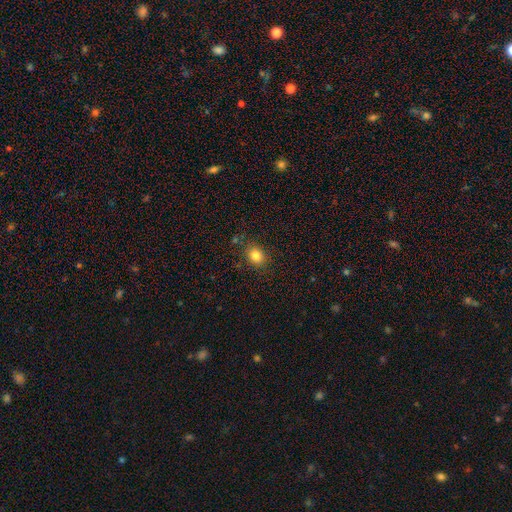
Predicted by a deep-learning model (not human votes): smooth_or_featured: smooth (p=0.82) [alt: star or artifact p=0.11]
how_rounded: round (p=0.53) [alt: in between p=0.46]
merging: none (p=0.85) [alt: minor disturbance p=0.10]